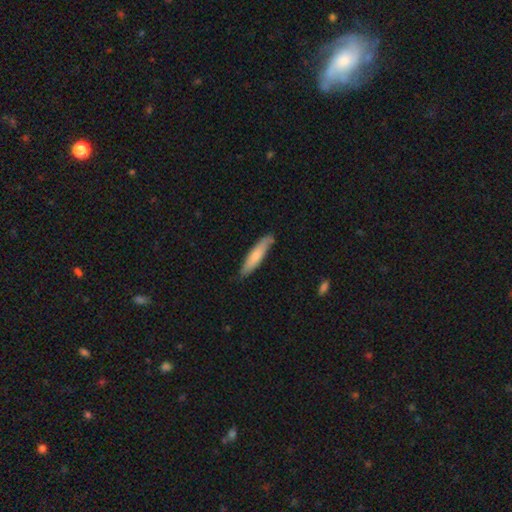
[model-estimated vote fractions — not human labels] Morphology: type=smooth (71%); roundness=cigar-shaped (84%); merging=none (84%).